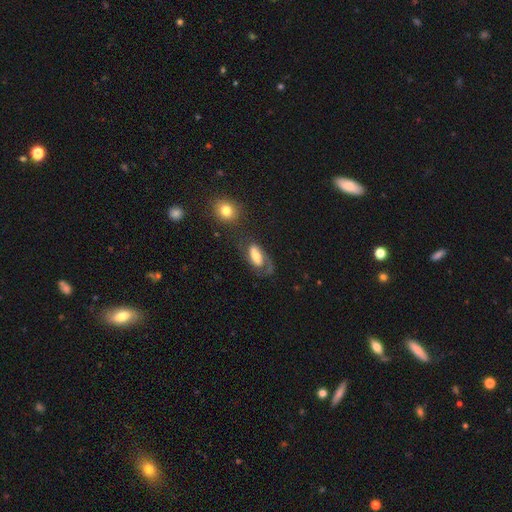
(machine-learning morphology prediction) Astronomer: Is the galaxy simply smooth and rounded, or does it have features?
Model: featured or disk — 52% (runner-up: smooth, 41%).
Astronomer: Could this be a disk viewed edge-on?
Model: no — 92%.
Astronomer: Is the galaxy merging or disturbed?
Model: none — 40% (runner-up: major disturbance, 33%).